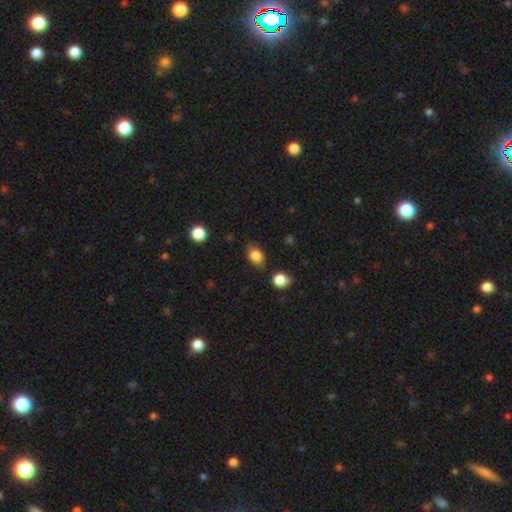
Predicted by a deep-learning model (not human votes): This appears to be a smooth galaxy with no disk features (83%) that is in between round and cigar-shaped (68%). Merging: none (75%).